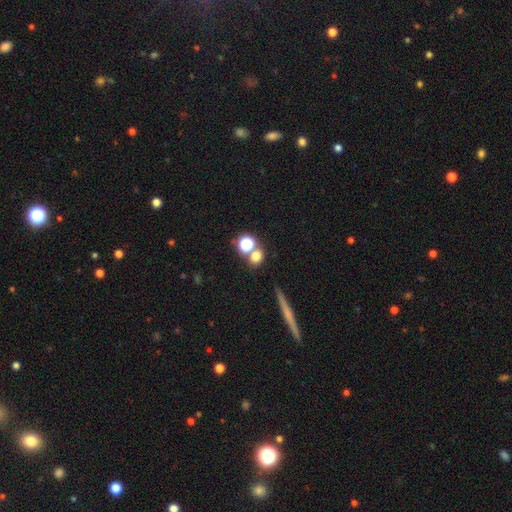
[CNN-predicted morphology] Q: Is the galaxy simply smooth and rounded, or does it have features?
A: smooth — 71%.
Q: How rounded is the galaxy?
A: round — 68%.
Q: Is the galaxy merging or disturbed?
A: none — 59%.